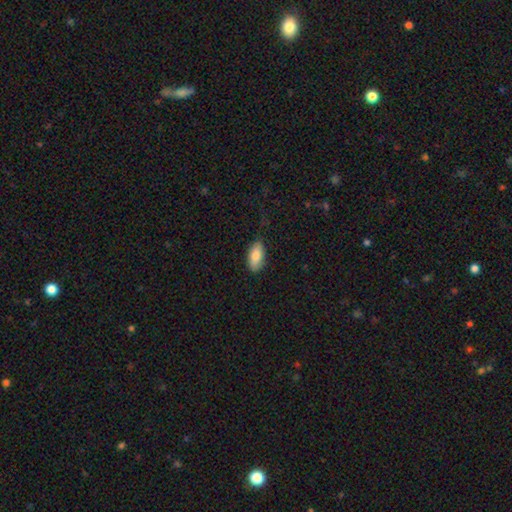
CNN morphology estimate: The model was most divided on "merging": none: 81%, minor disturbance: 15%, major disturbance: 3%, merger: 1%. More confident: how rounded — in between (90%); smooth or featured — smooth (82%).